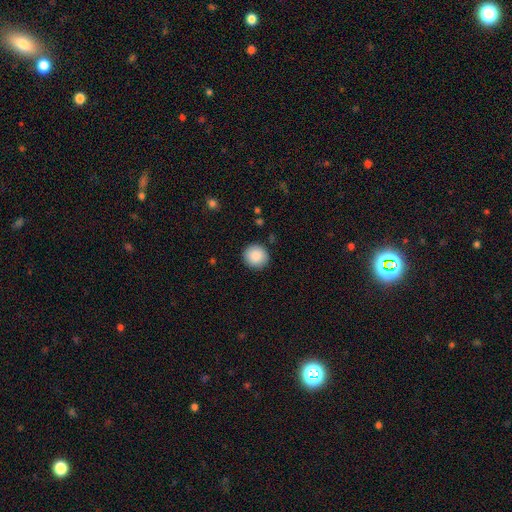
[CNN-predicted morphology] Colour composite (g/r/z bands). It shows a smooth galaxy with no disk features (89%) that is round (93%). Merging: none (90%).